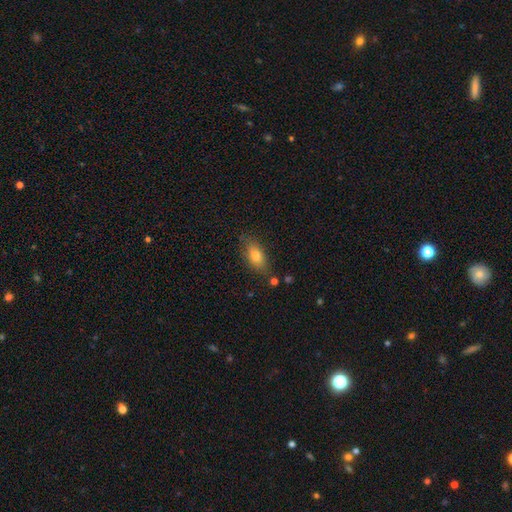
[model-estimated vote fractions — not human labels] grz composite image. It shows a smooth galaxy with no disk features (77%) that is in between round and cigar-shaped (81%). Merging: none (78%).